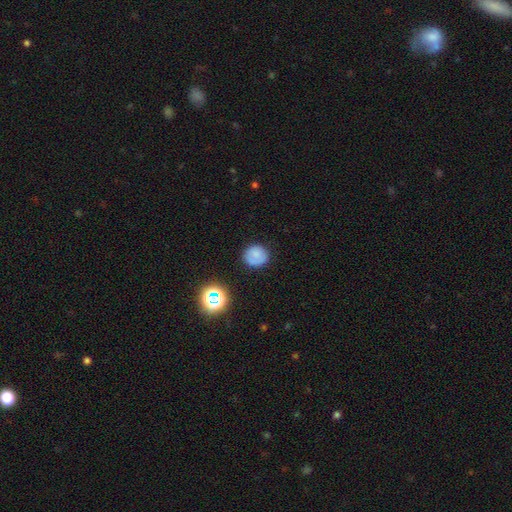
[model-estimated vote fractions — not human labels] A smooth galaxy with no disk features (75%) that is round (87%). Merging: none (82%).